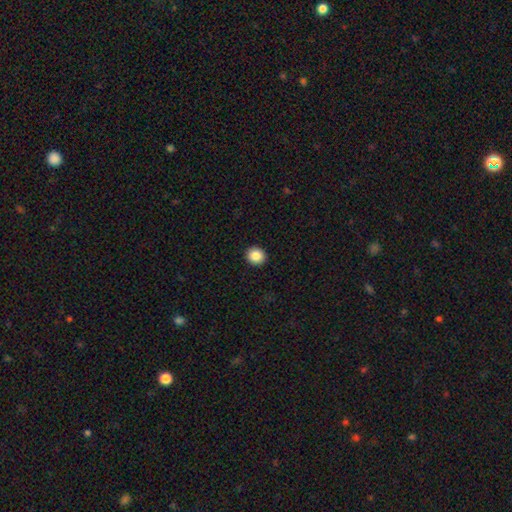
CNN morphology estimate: Smooth or featured? smooth (86%)
How rounded? round (86%)
Merging? none (93%)